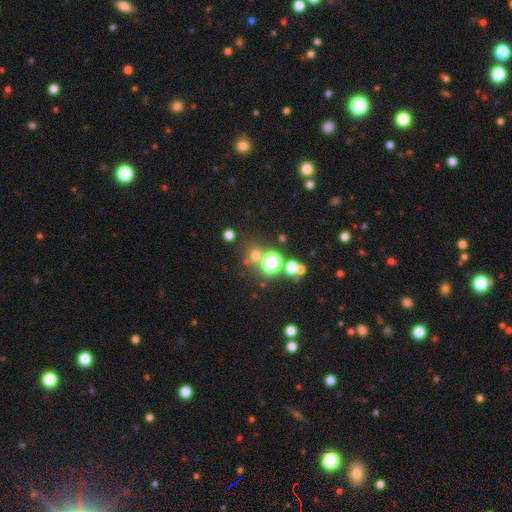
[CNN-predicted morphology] This is possibly a smooth galaxy (57%). How rounded: clearly round (89%). Merging: likely none (72%).